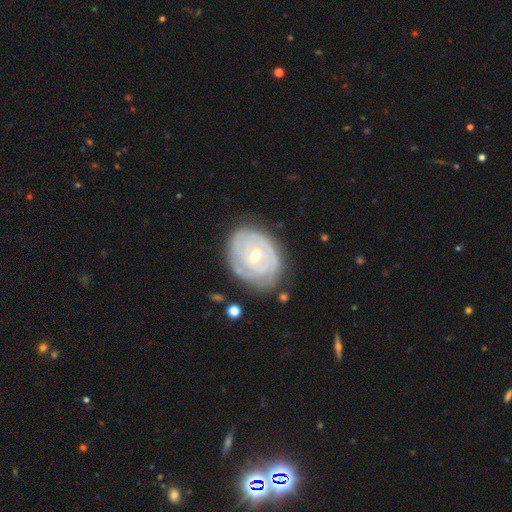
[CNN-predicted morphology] smooth-or-featured: featured or disk: 82% | smooth: 13% | star or artifact: 5%
  disk-edge-on: no: 97% | yes: 3%
    bar: no: 64% | weak: 29% | strong: 7%
    has-spiral-arms: yes: 87% | no: 13%
      spiral-winding: tight: 82% | medium: 14% | loose: 4%
      spiral-arm-count: can't tell: 45% | 2: 22% | 3: 15% | 4: 7% | 1: 5% | more than 4: 5%
    bulge-size: small: 50% | moderate: 47% | large: 1% | none: 1% | dominant: 1%
  merging: none: 72% | minor disturbance: 20% | major disturbance: 6% | merger: 2%